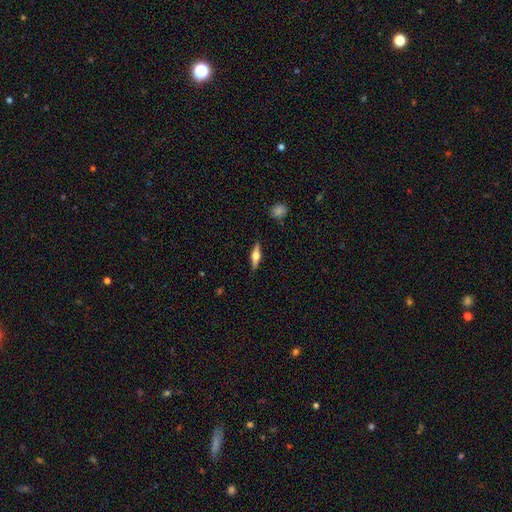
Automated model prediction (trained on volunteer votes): Smooth or featured: featured or disk — 60% (smooth — 34%)
Edge-on disk: yes — 96% (no — 4%)
Edge-on bulge: rounded — 92% (boxy — 6%)
Merging: none — 88% (minor disturbance — 8%)